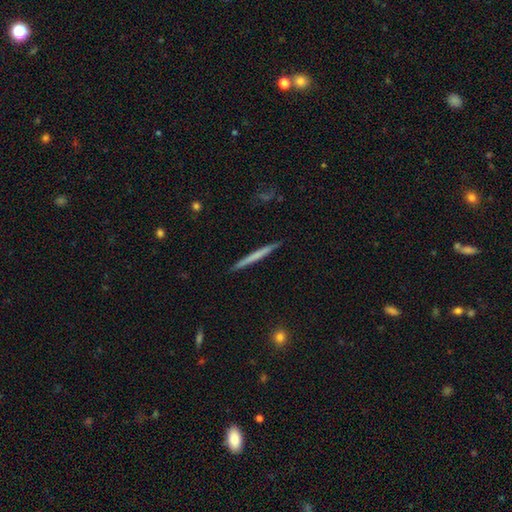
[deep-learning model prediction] A smooth galaxy with no disk features (53%) that is cigar-shaped (97%). Merging: none (90%).